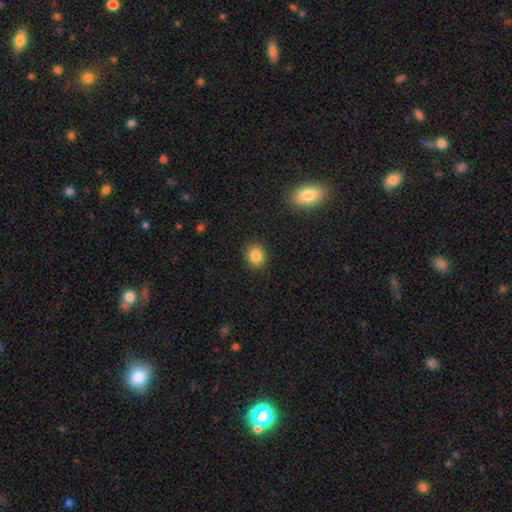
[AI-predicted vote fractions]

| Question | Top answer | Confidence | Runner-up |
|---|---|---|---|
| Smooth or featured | smooth | 86% | star or artifact (10%) |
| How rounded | round | 78% | in between (21%) |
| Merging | none | 91% | minor disturbance (6%) |